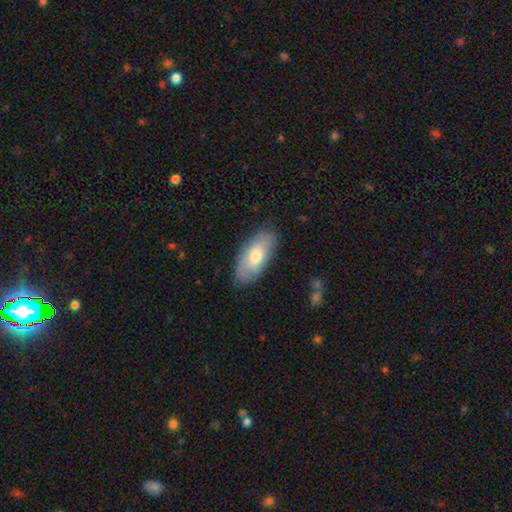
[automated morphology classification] This appears to be a smooth galaxy with no disk features (59%) that is in between round and cigar-shaped (89%). Merging: none (77%).